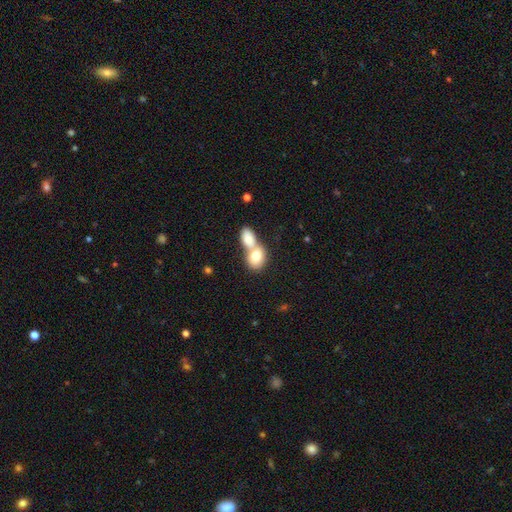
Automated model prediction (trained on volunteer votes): A smooth galaxy with no disk features (78%) that is in between round and cigar-shaped (68%). Merging: merger (71%).